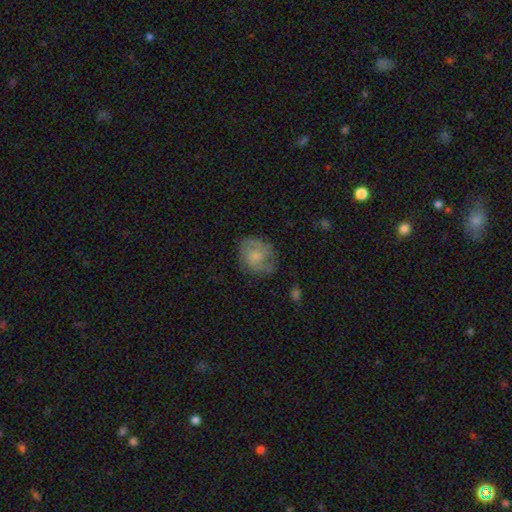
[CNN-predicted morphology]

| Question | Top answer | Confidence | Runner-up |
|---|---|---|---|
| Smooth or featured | featured or disk | 55% | smooth (37%) |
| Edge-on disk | no | 97% | yes (3%) |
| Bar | no | 68% | weak (27%) |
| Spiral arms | yes | 81% | no (19%) |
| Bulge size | small | 32% | moderate (30%) |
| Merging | none | 66% | minor disturbance (21%) |